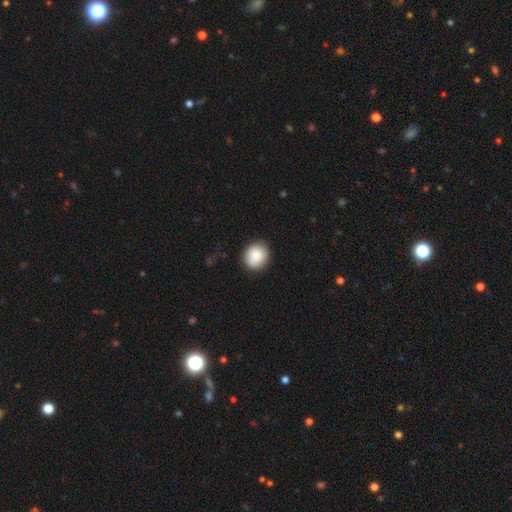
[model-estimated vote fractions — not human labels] smooth 85%, star or artifact 8%, featured or disk 7%. Down the decision tree: how rounded — round (78%); merging — none (86%).